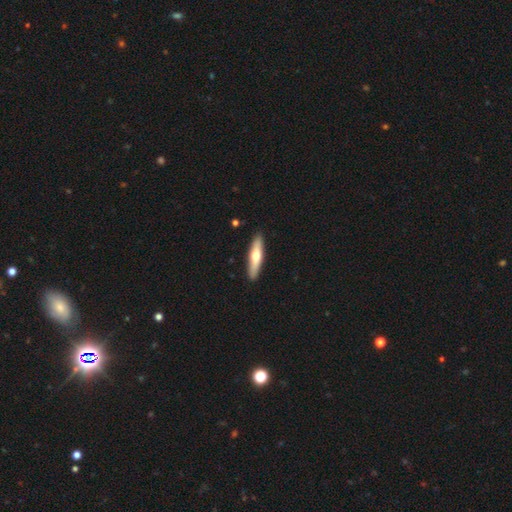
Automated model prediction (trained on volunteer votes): This appears to be a smooth galaxy with no disk features (51%) that is cigar-shaped (81%). Merging: none (90%).